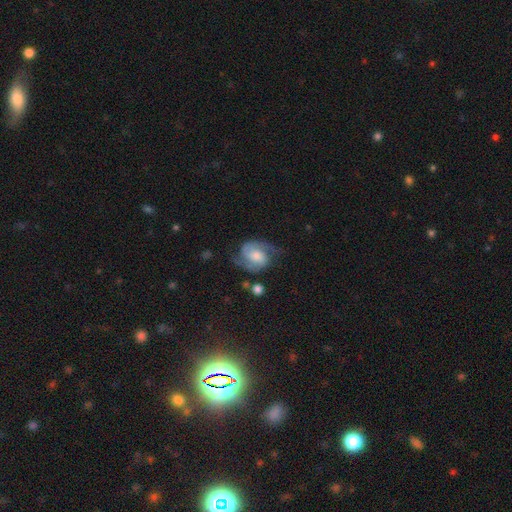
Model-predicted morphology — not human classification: This appears to be a featured or disk galaxy (83%) with no bar (57%), 2 (92%) medium (53%) spiral arms (97%) and a moderate central bulge (43%). Merging: none (69%).